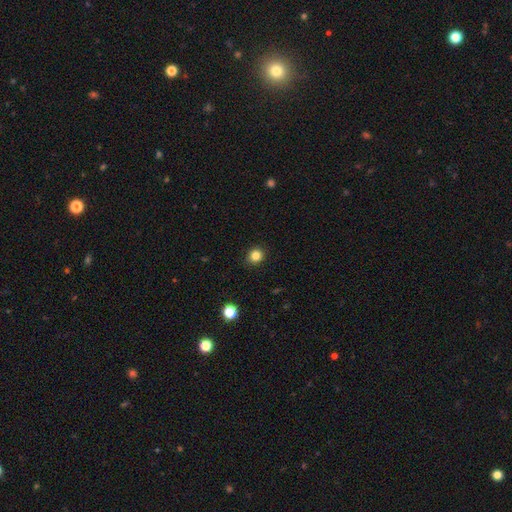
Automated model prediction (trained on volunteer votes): This is clearly a smooth galaxy (83%). How rounded: clearly round (83%). Merging: clearly none (91%).